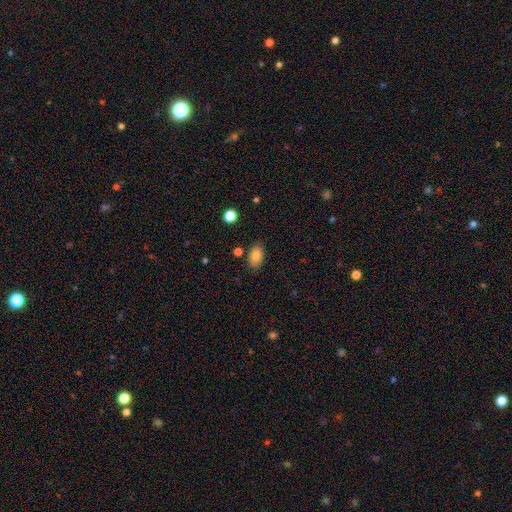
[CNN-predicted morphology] Smooth or featured? Predicted: smooth (p=0.80). How rounded? Predicted: in between (p=0.89). Merging? Predicted: none (p=0.81).